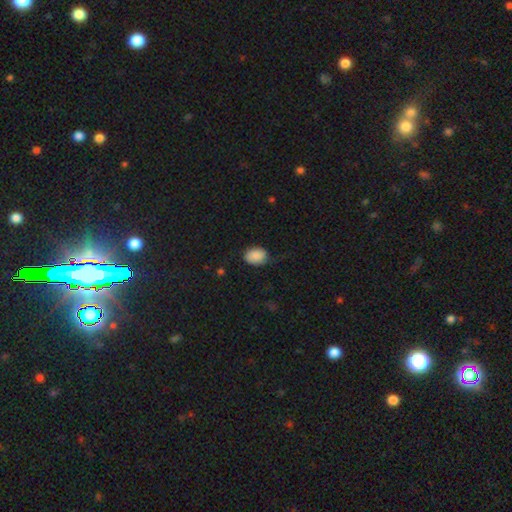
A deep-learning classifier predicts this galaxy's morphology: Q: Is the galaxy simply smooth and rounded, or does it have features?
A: smooth — 85%.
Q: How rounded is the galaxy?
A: in between — 73%.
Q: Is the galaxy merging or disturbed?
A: none — 60%.